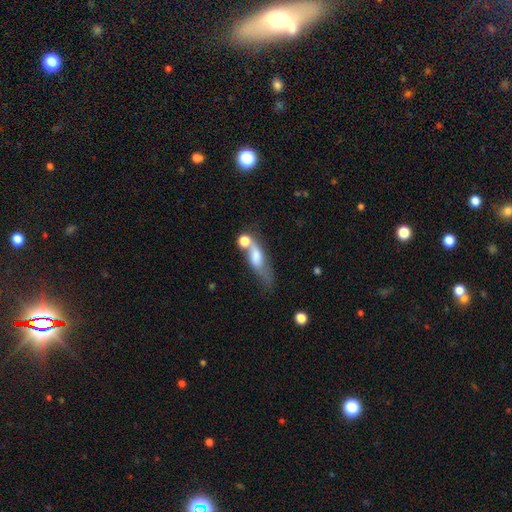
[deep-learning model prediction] A smooth galaxy with no disk features (55%) that is in between round and cigar-shaped (54%). Merging: merger (35%).